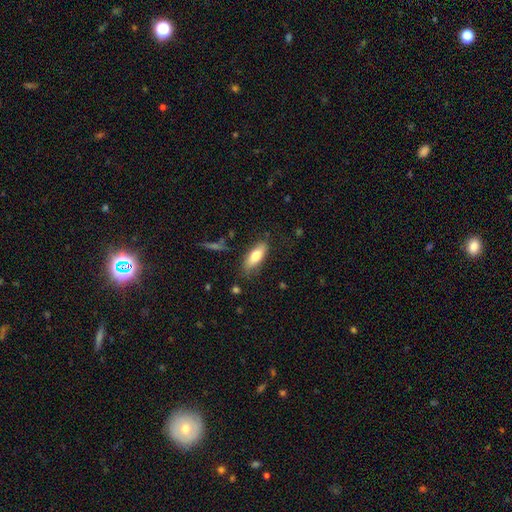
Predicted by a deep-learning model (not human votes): smooth-or-featured: smooth: 74% | featured or disk: 19% | star or artifact: 6%
  how-rounded: in between: 73% | cigar-shaped: 25% | round: 2%
  merging: none: 77% | minor disturbance: 17% | major disturbance: 4% | merger: 2%